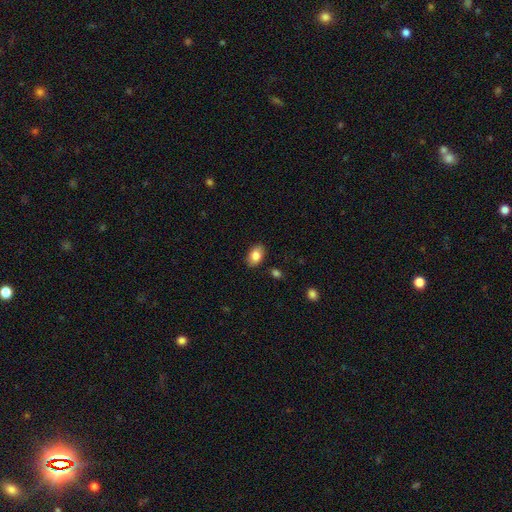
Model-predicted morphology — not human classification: A smooth galaxy with no disk features (83%) that is in between round and cigar-shaped (89%).

Vote fractions:
- Smooth or featured? smooth: 83% / featured or disk: 10% / star or artifact: 7%
- How rounded? in between: 89% / round: 9% / cigar-shaped: 1%
- Merging? none: 86% / minor disturbance: 10% / major disturbance: 2% / merger: 2%